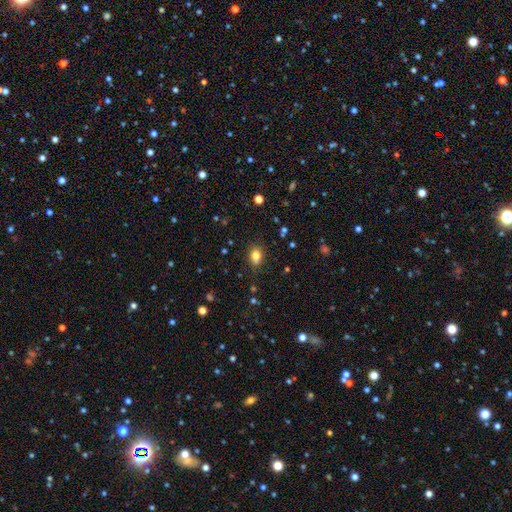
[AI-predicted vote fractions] Smooth or featured?
  - smooth: 79% *
  - star or artifact: 13%
  - featured or disk: 8%
How rounded?
  - in between: 64% *
  - round: 35%
  - cigar-shaped: 1%
Merging?
  - none: 78% *
  - minor disturbance: 15%
  - major disturbance: 4%
  - merger: 4%